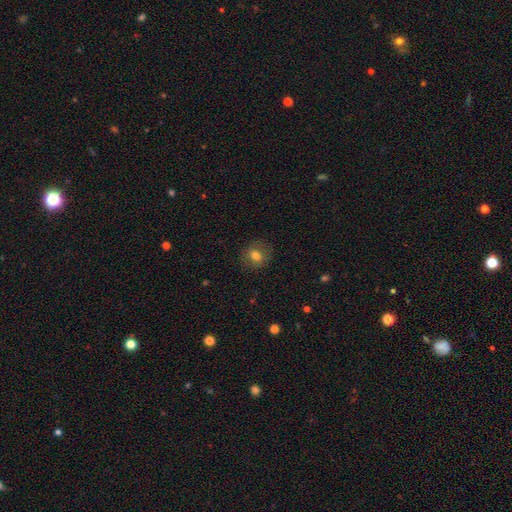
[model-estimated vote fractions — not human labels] smooth_or_featured: smooth (p=0.73) [alt: featured or disk p=0.16]
how_rounded: round (p=0.81) [alt: in between p=0.18]
merging: none (p=0.85) [alt: minor disturbance p=0.10]